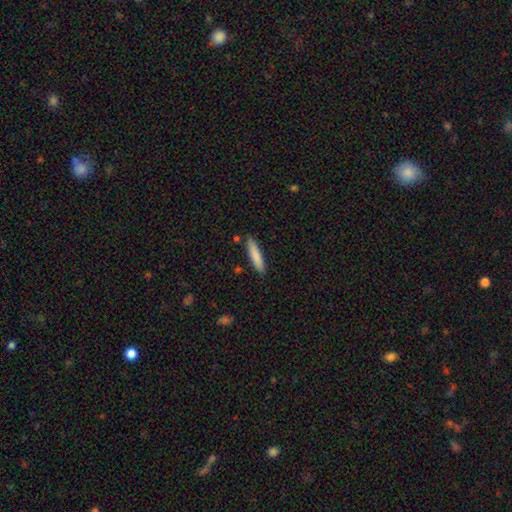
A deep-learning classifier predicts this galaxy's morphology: Q: Smooth or featured?
A: smooth (83%); runner-up: featured or disk (11%)
Q: How rounded?
A: cigar-shaped (86%); runner-up: in between (13%)
Q: Merging?
A: none (87%); runner-up: minor disturbance (9%)